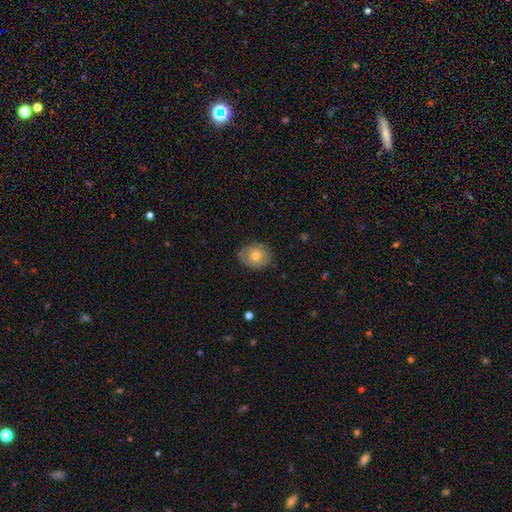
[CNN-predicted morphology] Overall: smooth (64%; featured or disk 28%). How rounded: round (58%; in between 42%). Merging: none (79%).